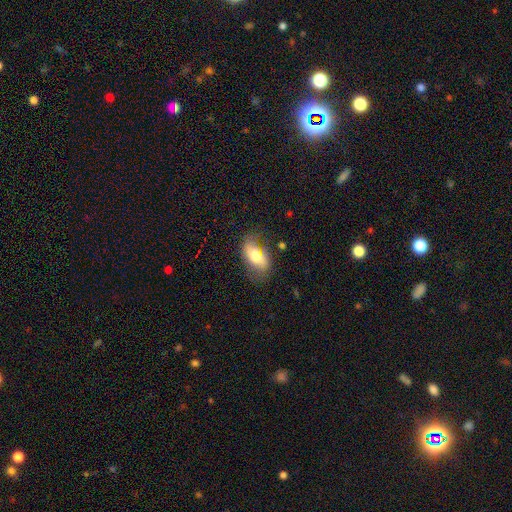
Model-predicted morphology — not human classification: Smooth or featured? smooth (65%)
How rounded? in between (88%)
Merging? none (62%)